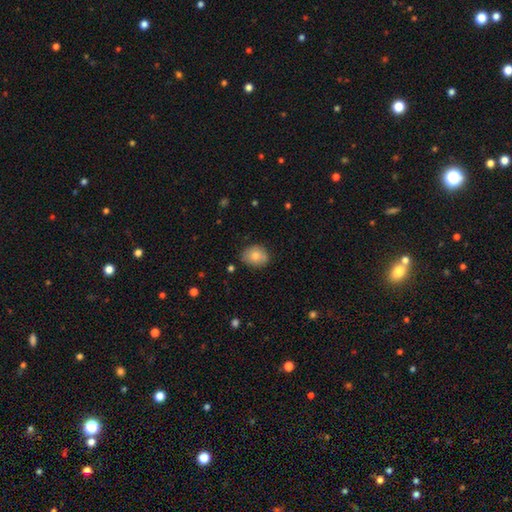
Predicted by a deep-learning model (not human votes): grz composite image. It shows a smooth galaxy with no disk features (78%) that is round (53%). Merging: none (79%).